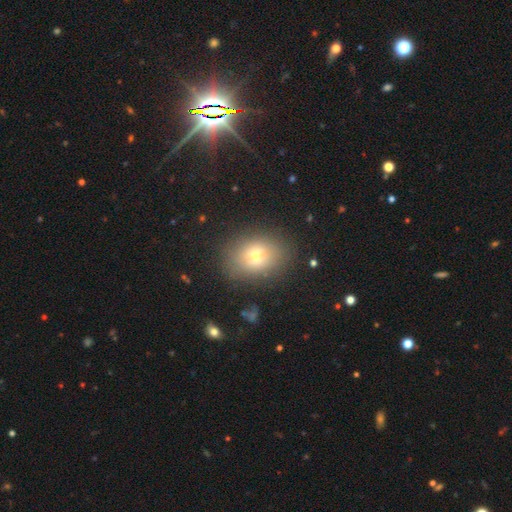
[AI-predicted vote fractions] Smooth or featured: smooth — 68% (featured or disk — 18%)
How rounded: in between — 67% (round — 31%)
Merging: none — 81% (minor disturbance — 12%)